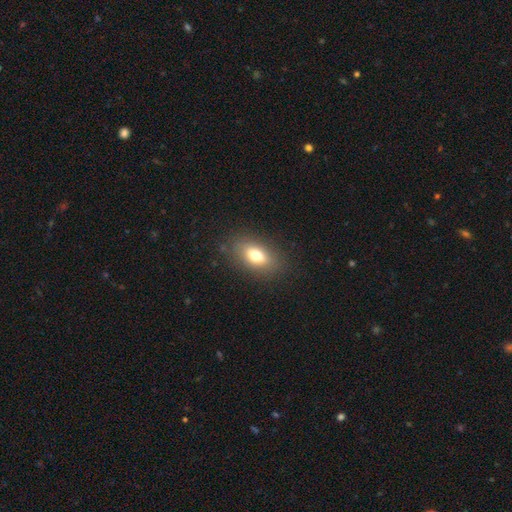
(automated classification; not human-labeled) This is likely a smooth galaxy (74%). How rounded: clearly in between (85%). Merging: clearly none (86%).